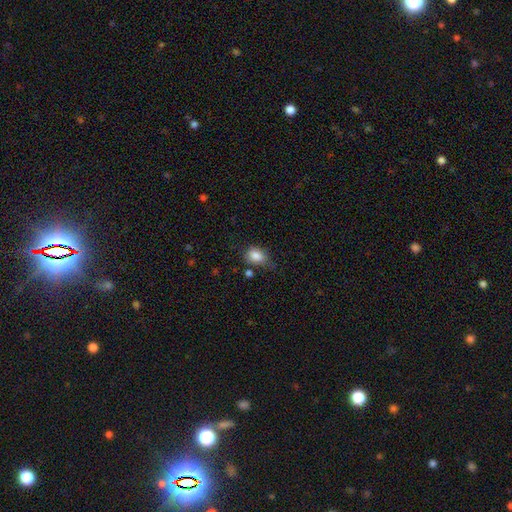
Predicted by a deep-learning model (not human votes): This is clearly a smooth galaxy (85%). How rounded: likely in between (66%). Merging: possibly none (55%).